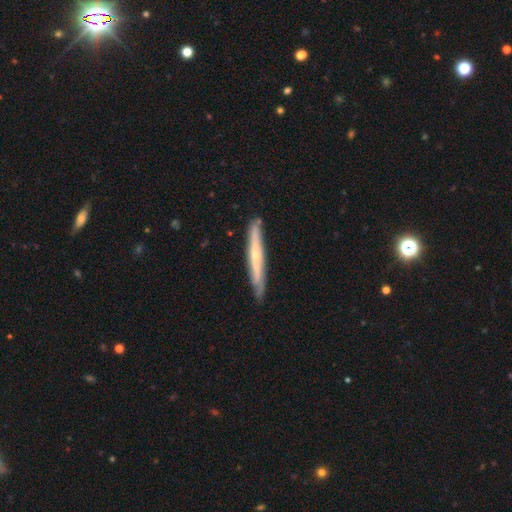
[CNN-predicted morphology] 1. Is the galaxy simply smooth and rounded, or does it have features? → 62% featured or disk, 32% smooth, 6% star or artifact.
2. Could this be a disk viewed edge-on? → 88% yes, 12% no.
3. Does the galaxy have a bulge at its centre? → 64% rounded, 34% none, 3% boxy.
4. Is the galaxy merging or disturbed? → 85% none, 12% minor disturbance, 2% major disturbance, 1% merger.